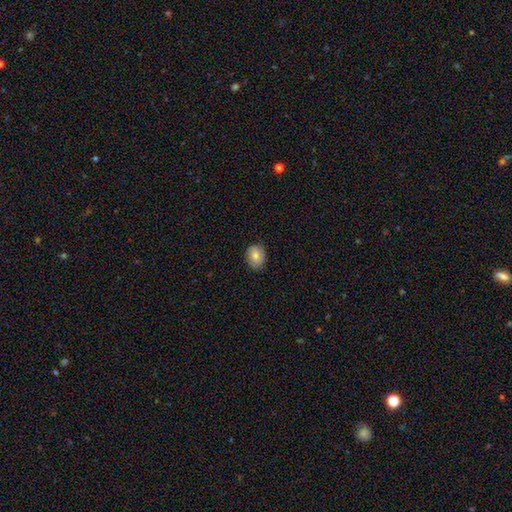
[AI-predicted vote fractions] This is likely a smooth galaxy (76%). How rounded: possibly in between (58%). Merging: likely none (80%).